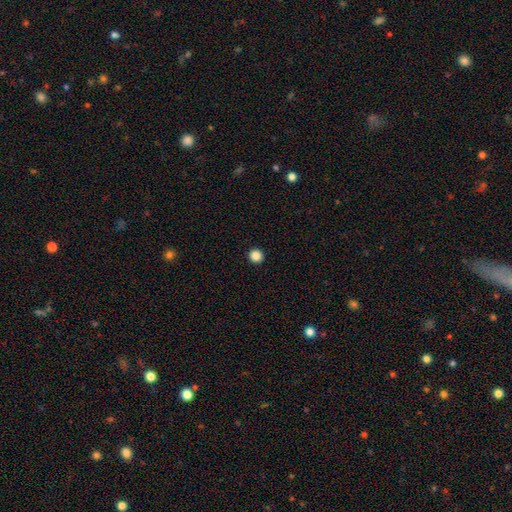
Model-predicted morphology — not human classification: Smooth or featured: smooth — 87% (star or artifact — 10%)
How rounded: round — 96% (in between — 3%)
Merging: none — 94% (minor disturbance — 3%)